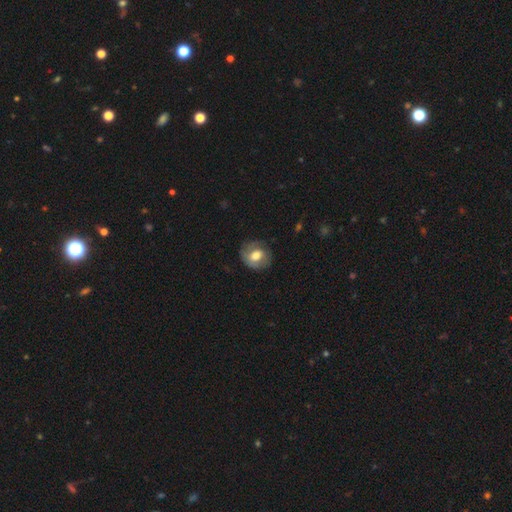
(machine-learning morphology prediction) This appears to be a smooth galaxy with no disk features (61%) that is round (67%). Merging: none (72%).